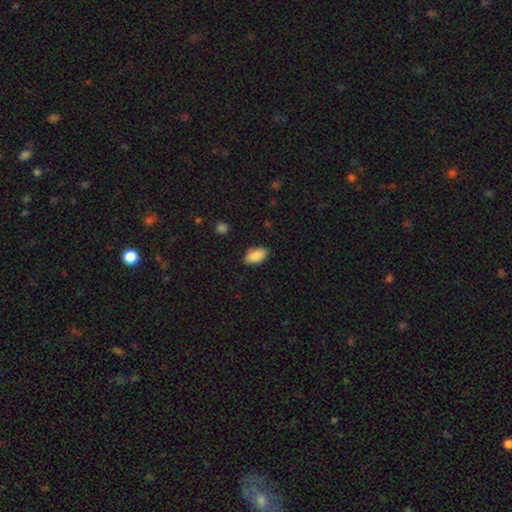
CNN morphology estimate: The model was most divided on "merging": none: 85%, minor disturbance: 11%, major disturbance: 3%, merger: 1%. More confident: how rounded — in between (94%); smooth or featured — smooth (89%).